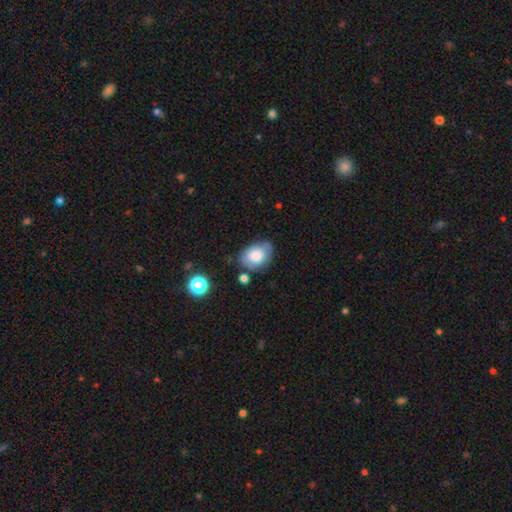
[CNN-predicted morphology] This appears to be a smooth galaxy with no disk features (74%) that is in between round and cigar-shaped (75%). Merging: none (60%).